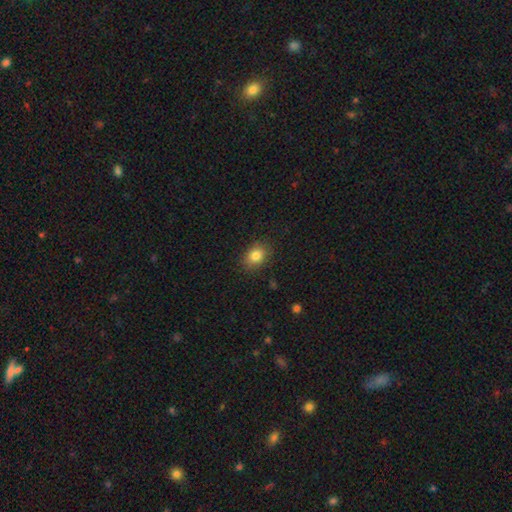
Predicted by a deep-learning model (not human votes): Smooth or featured? Predicted: smooth (p=0.84). How rounded? Predicted: in between (p=0.63). Merging? Predicted: none (p=0.85).